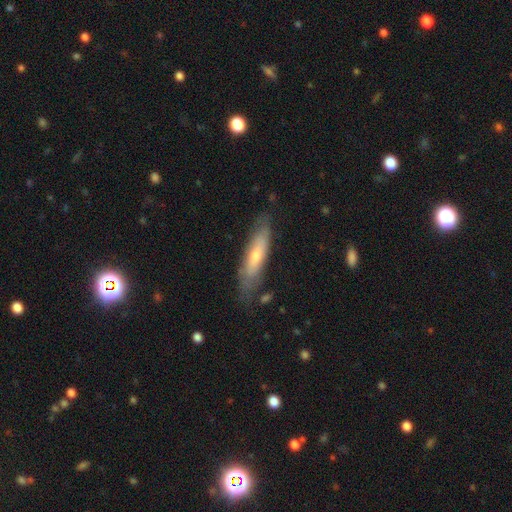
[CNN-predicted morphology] A smooth galaxy with no disk features (52%) that is cigar-shaped (71%).

Vote fractions:
- Smooth or featured? smooth: 52% / featured or disk: 42% / star or artifact: 6%
- How rounded? cigar-shaped: 71% / in between: 28% / round: 2%
- Merging? none: 74% / minor disturbance: 19% / major disturbance: 5% / merger: 2%